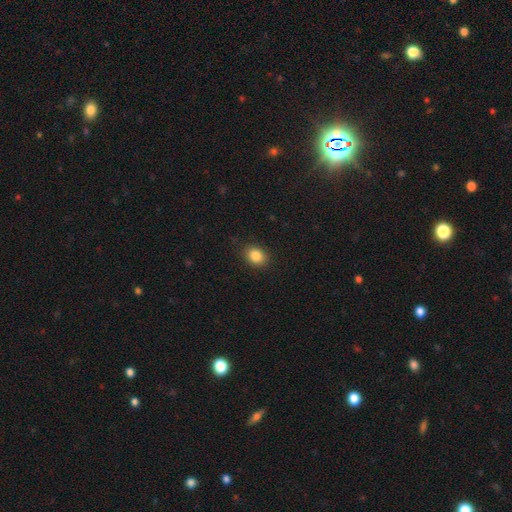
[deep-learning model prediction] Smooth or featured?
  - smooth: 86% *
  - star or artifact: 10%
  - featured or disk: 5%
How rounded?
  - in between: 55% *
  - round: 44%
  - cigar-shaped: 1%
Merging?
  - none: 87% *
  - minor disturbance: 9%
  - major disturbance: 2%
  - merger: 1%